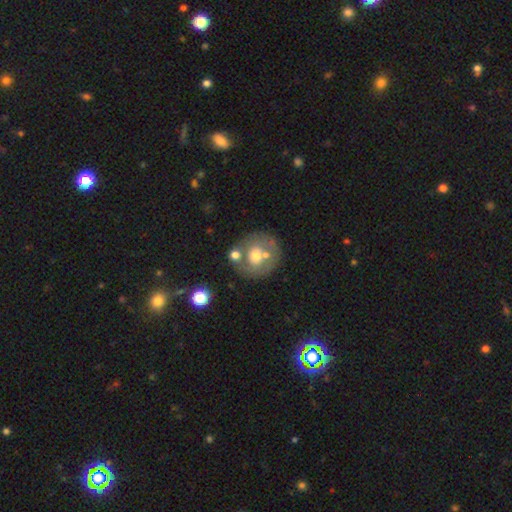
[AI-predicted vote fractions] Smooth or featured? Predicted: smooth (p=0.51). How rounded? Predicted: round (p=0.86). Merging? Predicted: none (p=0.60).